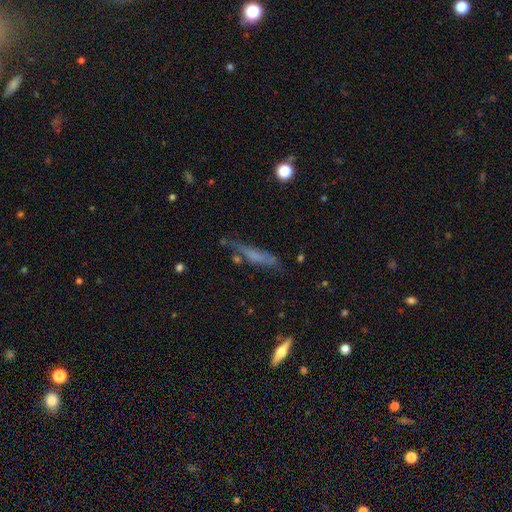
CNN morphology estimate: Smooth or featured: smooth — 45% (featured or disk — 42%)
Merging: none — 52% (minor disturbance — 27%)